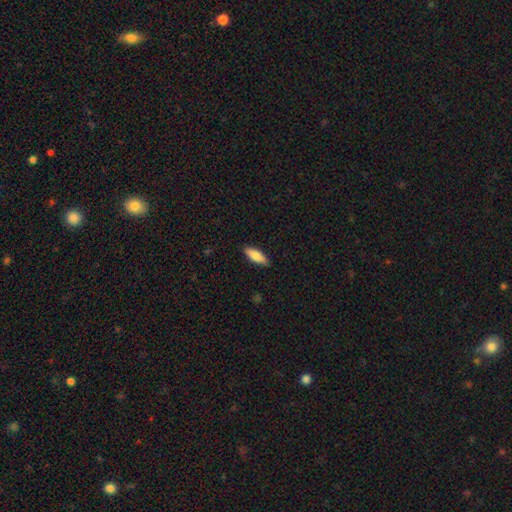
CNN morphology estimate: A smooth galaxy with no disk features (81%) that is in between round and cigar-shaped (60%).

Vote fractions:
- Smooth or featured? smooth: 81% / featured or disk: 13% / star or artifact: 6%
- How rounded? in between: 60% / cigar-shaped: 38% / round: 2%
- Merging? none: 88% / minor disturbance: 9% / major disturbance: 2% / merger: 1%